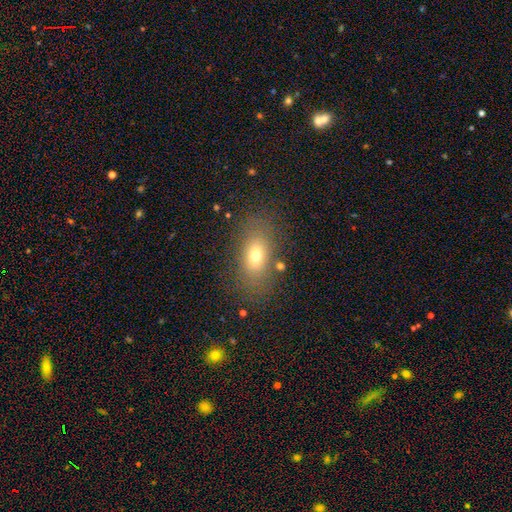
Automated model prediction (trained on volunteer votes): smooth_or_featured: smooth (p=0.70) [alt: featured or disk p=0.16]
how_rounded: in between (p=0.82) [alt: round p=0.13]
merging: none (p=0.81) [alt: minor disturbance p=0.11]